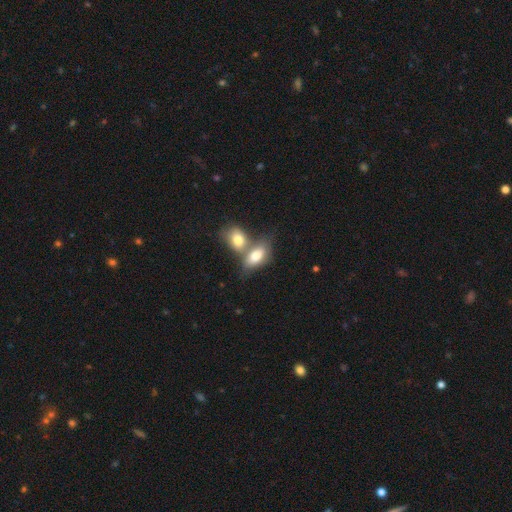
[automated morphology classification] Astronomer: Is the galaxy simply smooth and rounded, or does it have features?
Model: smooth — 76%.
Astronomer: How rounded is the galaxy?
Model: in between — 88%.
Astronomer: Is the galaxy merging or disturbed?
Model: merger — 61%.